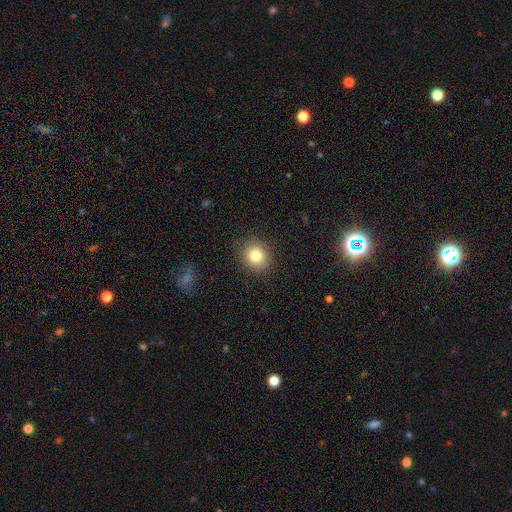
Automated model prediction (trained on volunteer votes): smooth-or-featured: smooth: 82% | star or artifact: 10% | featured or disk: 7%
  how-rounded: round: 80% | in between: 19% | cigar-shaped: 1%
  merging: none: 89% | minor disturbance: 7% | major disturbance: 3% | merger: 1%